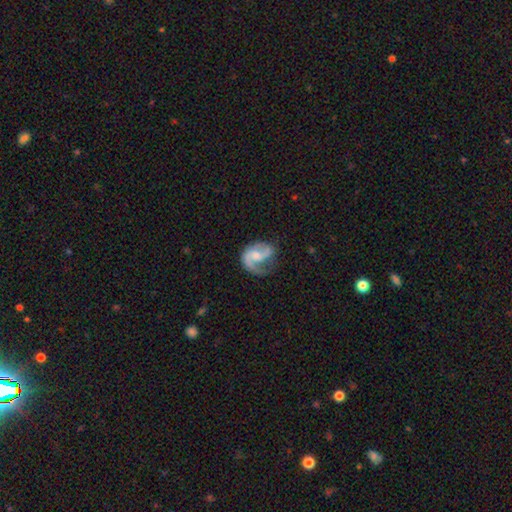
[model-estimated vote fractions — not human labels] Smooth or featured: featured or disk — 83% (smooth — 12%)
Edge-on disk: no — 98% (yes — 2%)
Bar: no — 46% (weak — 43%)
Spiral arms: yes — 95% (no — 5%)
Spiral winding: medium — 49% (loose — 36%)
Spiral arm count: 2 — 75% (1 — 18%)
Bulge size: moderate — 44% (small — 40%)
Merging: none — 54% (minor disturbance — 25%)